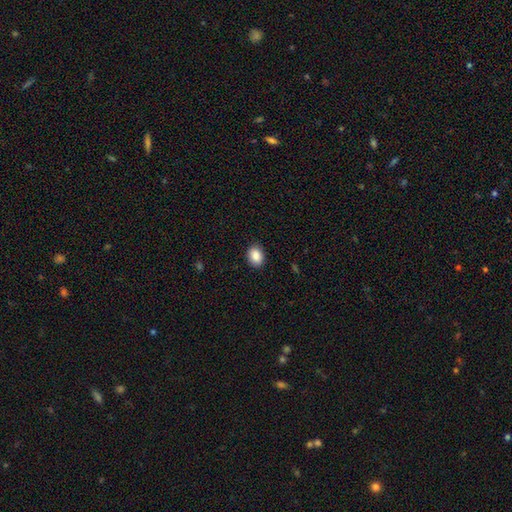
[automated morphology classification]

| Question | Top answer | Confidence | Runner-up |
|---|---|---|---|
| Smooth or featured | smooth | 88% | star or artifact (8%) |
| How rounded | in between | 70% | round (29%) |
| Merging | none | 89% | minor disturbance (8%) |